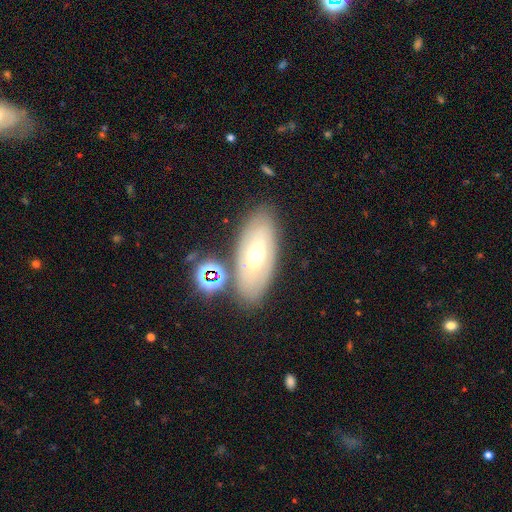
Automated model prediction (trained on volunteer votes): A featured or disk galaxy (52%).

Vote fractions:
- Smooth or featured? featured or disk: 52% / smooth: 38% / star or artifact: 10%
- Edge-on disk? no: 79% / yes: 21%
- Merging? none: 78% / minor disturbance: 12% / merger: 6% / major disturbance: 4%